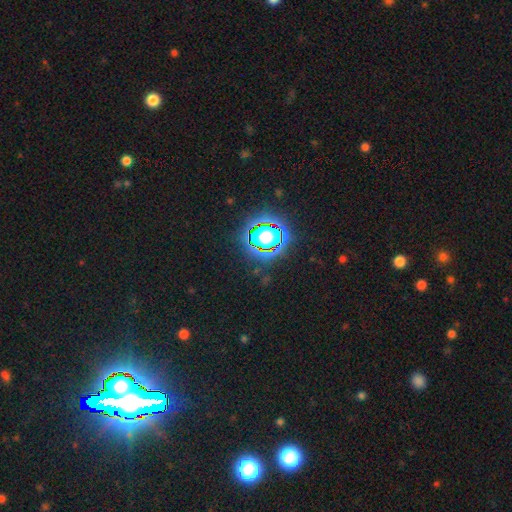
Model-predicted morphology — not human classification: Overall: star or artifact (78%).